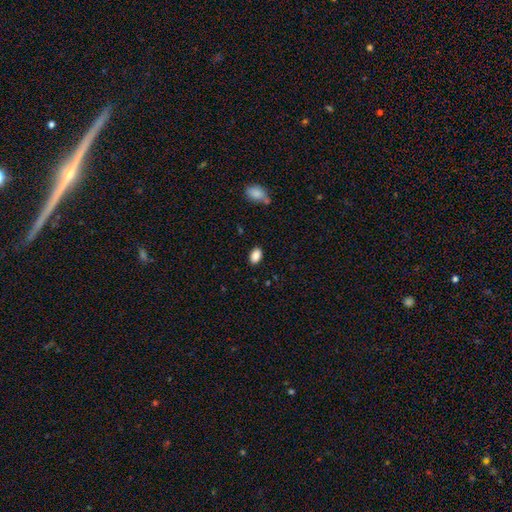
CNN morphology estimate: This appears to be a smooth galaxy with no disk features (88%) that is in between round and cigar-shaped (89%). Merging: none (87%).